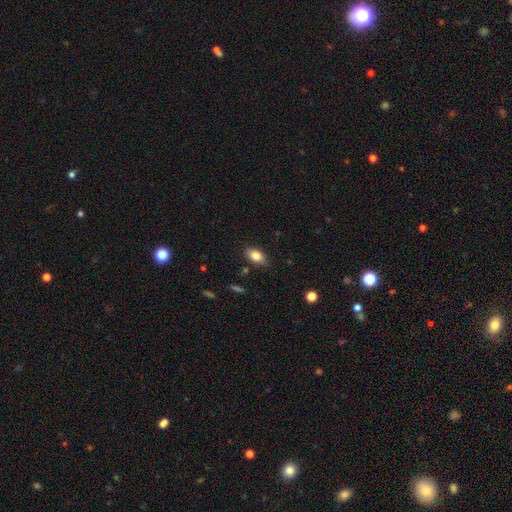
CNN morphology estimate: Q: Smooth or featured?
A: smooth (83%); runner-up: featured or disk (9%)
Q: How rounded?
A: in between (89%); runner-up: round (9%)
Q: Merging?
A: none (79%); runner-up: minor disturbance (16%)